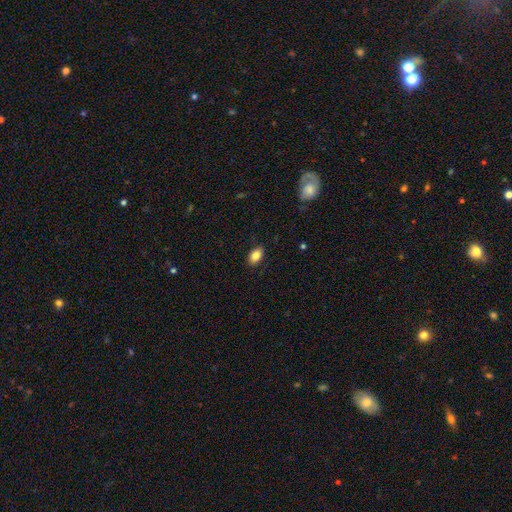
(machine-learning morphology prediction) smooth 84%, star or artifact 8%, featured or disk 8%. Down the decision tree: how rounded — in between (88%); merging — none (87%).